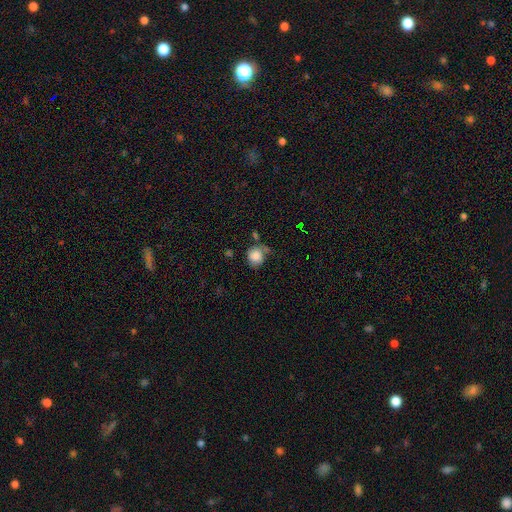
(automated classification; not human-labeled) Smooth or featured? smooth (79%)
How rounded? round (78%)
Merging? none (48%)